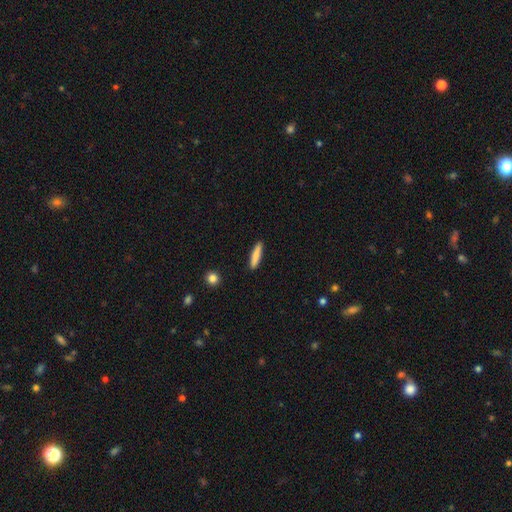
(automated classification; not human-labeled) Q: Smooth or featured?
A: smooth (82%); runner-up: featured or disk (12%)
Q: How rounded?
A: cigar-shaped (86%); runner-up: in between (13%)
Q: Merging?
A: none (90%); runner-up: minor disturbance (7%)